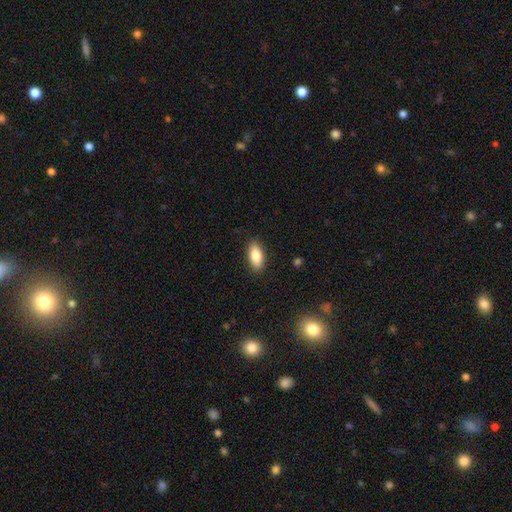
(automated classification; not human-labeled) Morphology: type=smooth (85%); roundness=in between (87%); merging=none (88%).